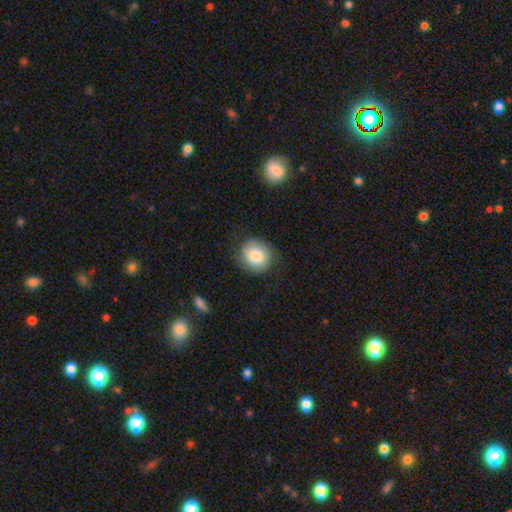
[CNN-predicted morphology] This is clearly a smooth galaxy (81%). How rounded: clearly round (83%). Merging: clearly none (81%).